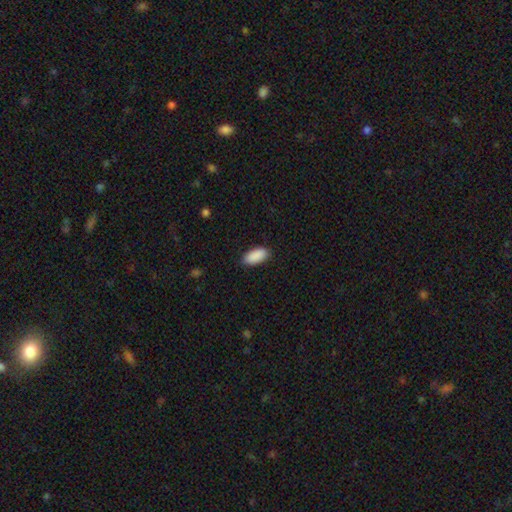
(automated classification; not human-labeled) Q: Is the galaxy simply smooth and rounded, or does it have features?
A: smooth — 91%.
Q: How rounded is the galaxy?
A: in between — 91%.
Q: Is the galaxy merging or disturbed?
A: none — 87%.